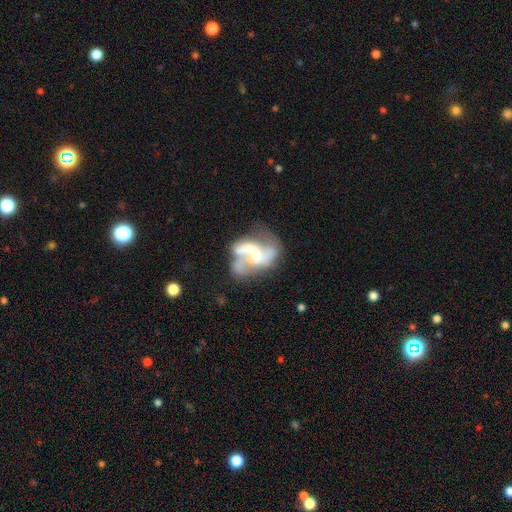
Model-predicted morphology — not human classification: The model was most divided on "merging": merger: 37%, none: 28%, major disturbance: 21%, minor disturbance: 14%. Remaining: edge-on disk — no (98%); smooth or featured — featured or disk (78%); spiral arms — yes (77%); spiral arm count — 2 (76%); spiral winding — loose (58%); bar — no (57%); bulge size — moderate (42%).